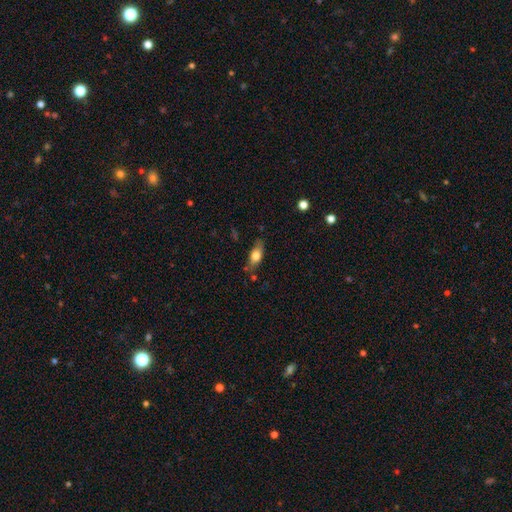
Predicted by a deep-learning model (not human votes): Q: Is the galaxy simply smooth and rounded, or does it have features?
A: smooth — 70%.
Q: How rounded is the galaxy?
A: in between — 76%.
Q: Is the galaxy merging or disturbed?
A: none — 69%.